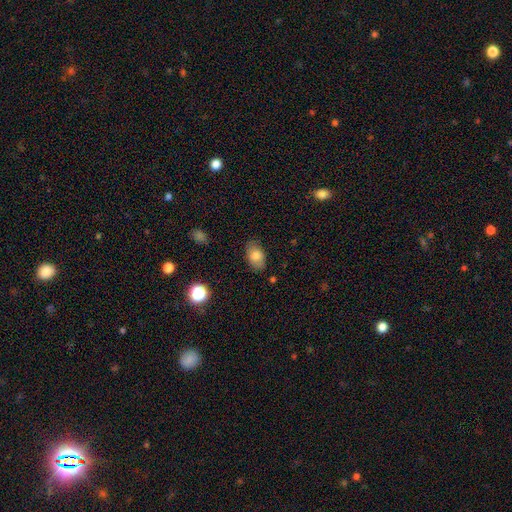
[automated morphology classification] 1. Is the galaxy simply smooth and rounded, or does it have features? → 80% smooth, 11% featured or disk, 9% star or artifact.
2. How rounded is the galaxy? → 89% in between, 10% round, 1% cigar-shaped.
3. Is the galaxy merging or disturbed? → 81% none, 14% minor disturbance, 3% major disturbance, 1% merger.